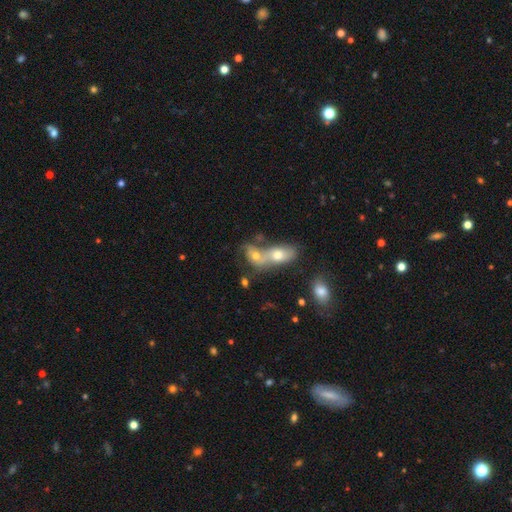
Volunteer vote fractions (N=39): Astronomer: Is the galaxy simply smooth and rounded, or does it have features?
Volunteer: smooth — 64%.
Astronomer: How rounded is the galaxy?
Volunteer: in between — 88%.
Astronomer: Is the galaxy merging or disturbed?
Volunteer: merger — 75%.